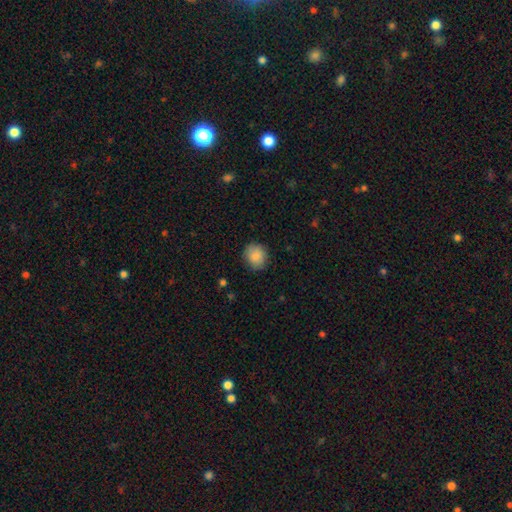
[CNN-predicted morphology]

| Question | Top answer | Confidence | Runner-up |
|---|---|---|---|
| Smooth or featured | smooth | 87% | star or artifact (8%) |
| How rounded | round | 78% | in between (21%) |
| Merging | none | 85% | minor disturbance (11%) |